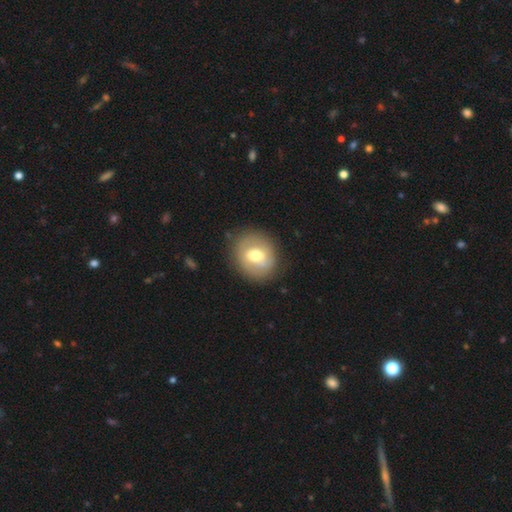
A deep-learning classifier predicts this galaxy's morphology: This appears to be a smooth galaxy with no disk features (55%) that is round (71%). Merging: none (81%).